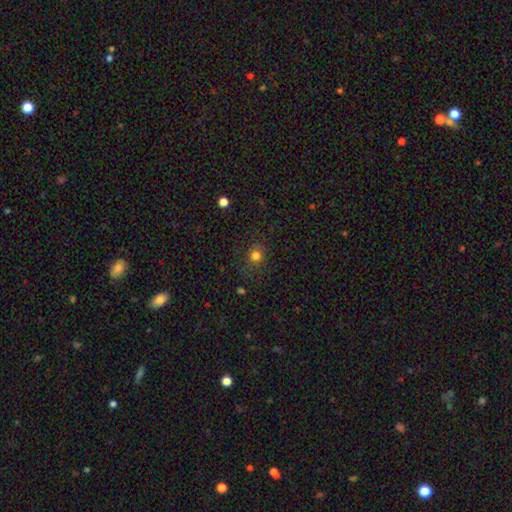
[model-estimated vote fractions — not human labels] Overall: smooth (78%). How rounded: round (83%). Merging: none (81%).